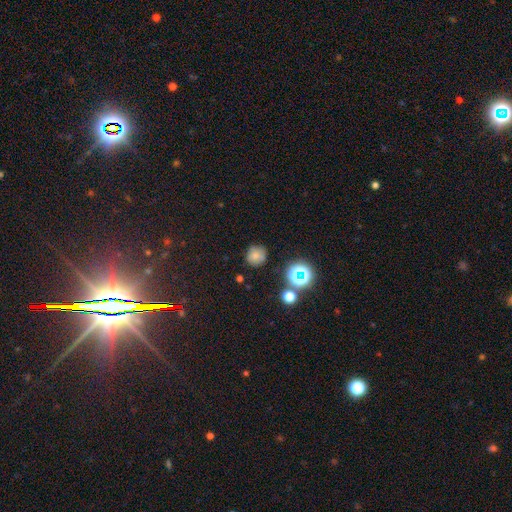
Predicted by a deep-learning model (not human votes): A smooth galaxy with no disk features (70%) that is round (87%). Merging: none (78%).